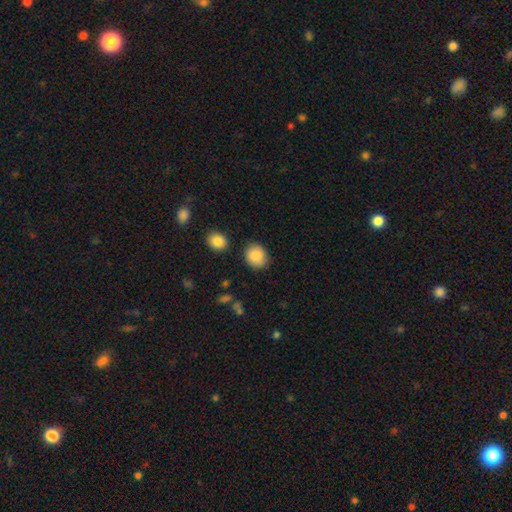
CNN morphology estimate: Smooth or featured? smooth (88%)
How rounded? round (68%)
Merging? none (85%)